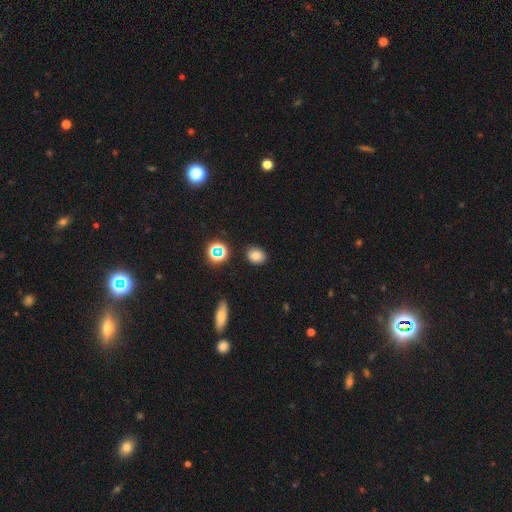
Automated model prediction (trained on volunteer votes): A smooth galaxy with no disk features (78%) that is in between round and cigar-shaped (57%). Merging: none (85%).